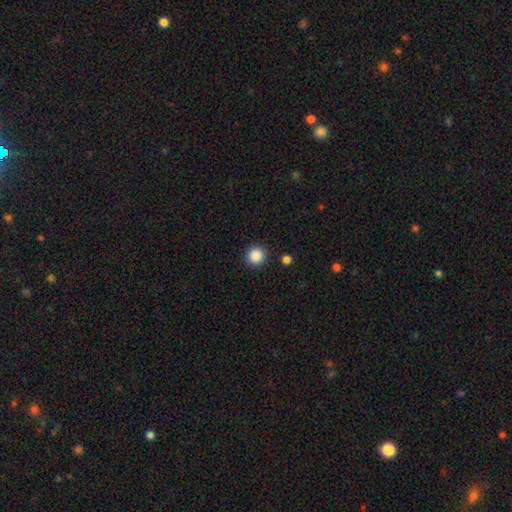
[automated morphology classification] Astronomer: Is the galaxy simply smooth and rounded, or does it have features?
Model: smooth — 87%.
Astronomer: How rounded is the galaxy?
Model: round — 94%.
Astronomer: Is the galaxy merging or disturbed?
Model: none — 90%.